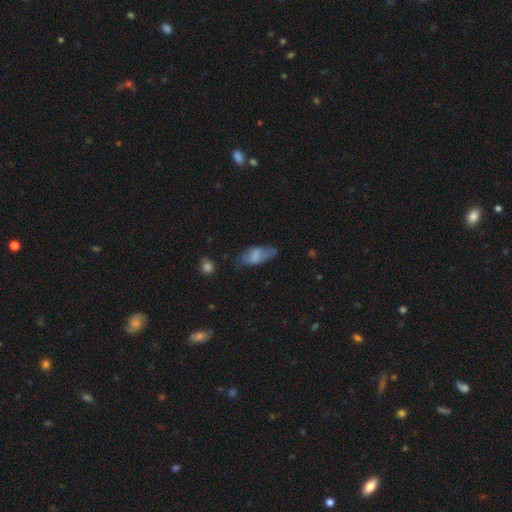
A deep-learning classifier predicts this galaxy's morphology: smooth_or_featured: smooth (p=0.64) [alt: featured or disk p=0.28]
how_rounded: in between (p=0.85) [alt: cigar-shaped p=0.12]
merging: none (p=0.48) [alt: minor disturbance p=0.32]